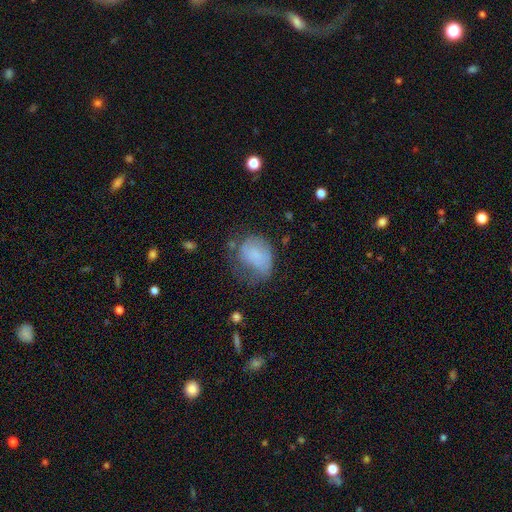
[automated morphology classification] type=smooth (65%); roundness=in between (58%); merging=major disturbance (37%).